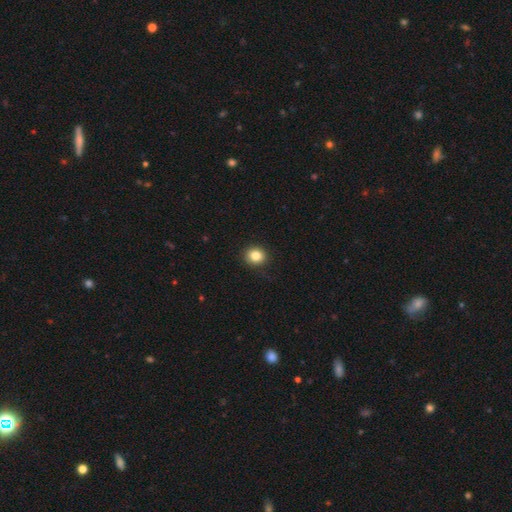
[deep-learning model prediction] This appears to be a smooth galaxy with no disk features (84%) that is round (75%). Merging: none (89%).